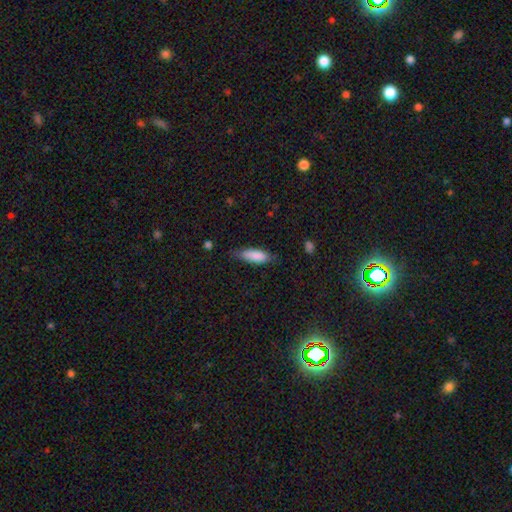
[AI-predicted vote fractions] Smooth or featured?
  - smooth: 84% *
  - featured or disk: 9%
  - star or artifact: 6%
How rounded?
  - in between: 56% *
  - cigar-shaped: 42%
  - round: 2%
Merging?
  - none: 68% *
  - minor disturbance: 25%
  - major disturbance: 5%
  - merger: 2%